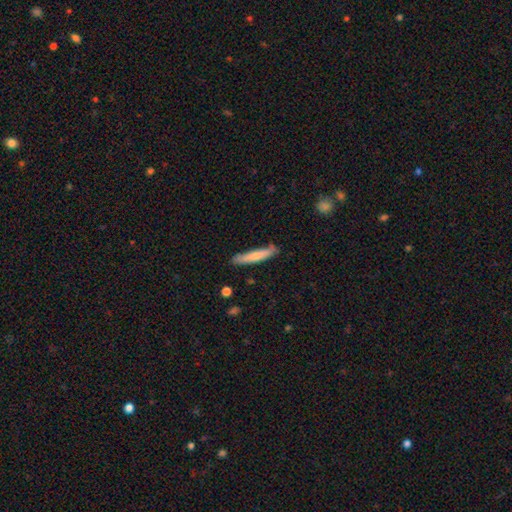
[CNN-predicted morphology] Overall: smooth (71%). How rounded: cigar-shaped (91%). Merging: none (78%).